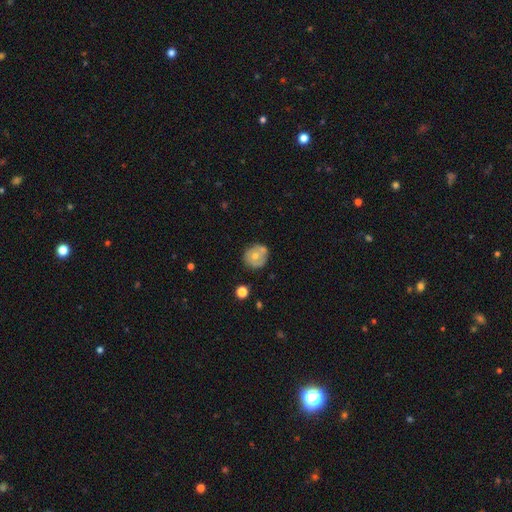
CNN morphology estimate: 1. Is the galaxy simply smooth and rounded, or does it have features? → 53% smooth, 39% featured or disk, 8% star or artifact.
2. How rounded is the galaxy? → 84% round, 15% in between, 1% cigar-shaped.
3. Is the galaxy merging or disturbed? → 69% none, 20% minor disturbance, 7% merger, 4% major disturbance.